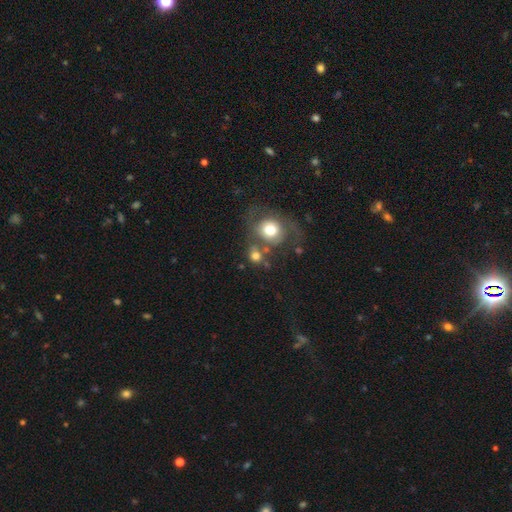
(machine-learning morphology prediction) Smooth or featured? Predicted: smooth (p=0.69). How rounded? Predicted: round (p=0.77). Merging? Predicted: none (p=0.40).